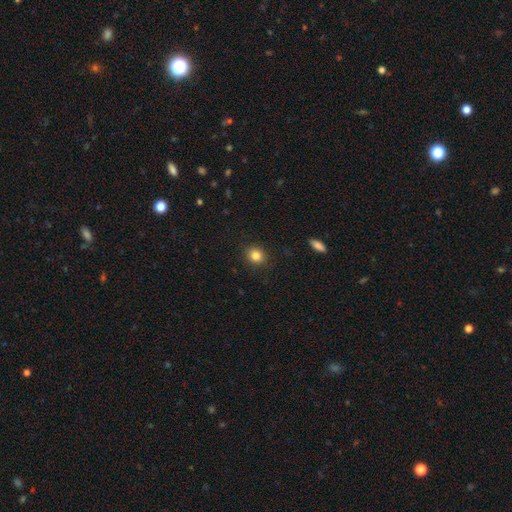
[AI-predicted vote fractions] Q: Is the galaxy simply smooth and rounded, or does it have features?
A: smooth — 84%.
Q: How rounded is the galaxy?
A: round — 79%.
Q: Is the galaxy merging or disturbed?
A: none — 89%.